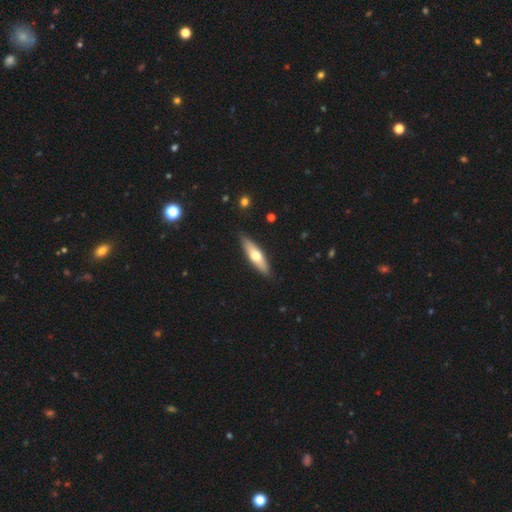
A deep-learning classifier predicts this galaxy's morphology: The model was most divided on "smooth or featured": smooth: 52%, featured or disk: 43%, star or artifact: 5%. More confident: merging — none (88%); how rounded — cigar-shaped (62%).